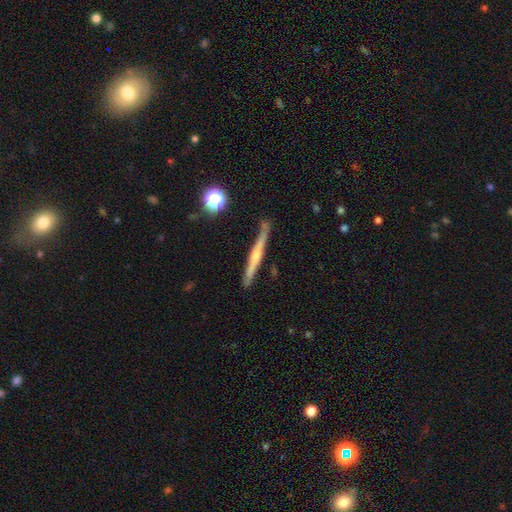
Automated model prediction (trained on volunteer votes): Smooth or featured? Predicted: featured or disk (p=0.69). Edge-on disk? Predicted: yes (p=0.97). Edge-on bulge? Predicted: rounded (p=0.71). Merging? Predicted: none (p=0.84).